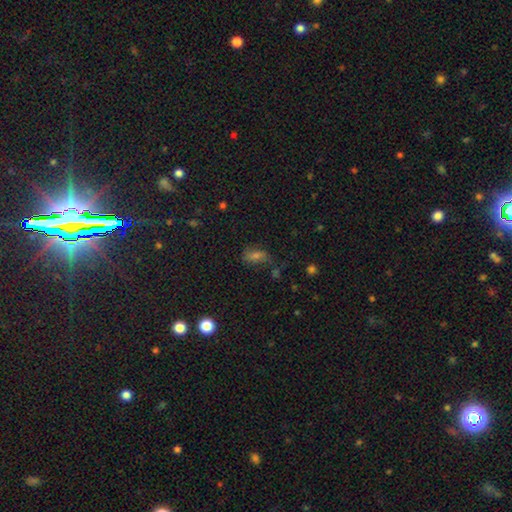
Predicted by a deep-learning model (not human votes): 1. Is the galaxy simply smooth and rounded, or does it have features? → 53% smooth, 26% star or artifact, 21% featured or disk.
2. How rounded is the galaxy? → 79% in between, 14% round, 7% cigar-shaped.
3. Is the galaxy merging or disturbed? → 63% none, 22% minor disturbance, 10% major disturbance, 5% merger.